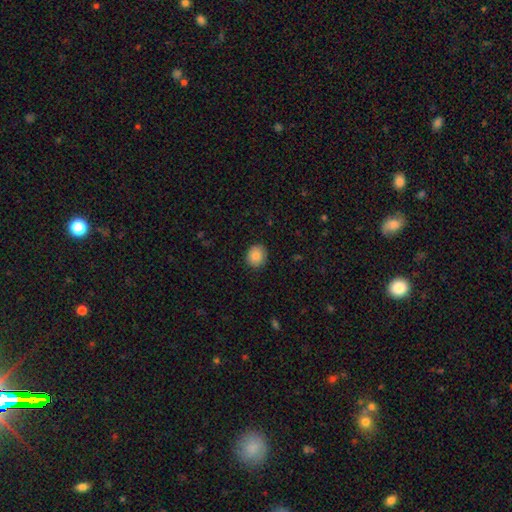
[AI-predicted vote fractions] smooth 85%, star or artifact 9%, featured or disk 7%. Down the decision tree: how rounded — round (82%); merging — none (89%).